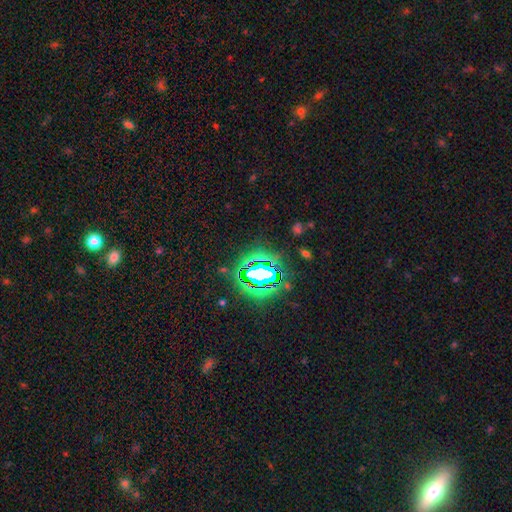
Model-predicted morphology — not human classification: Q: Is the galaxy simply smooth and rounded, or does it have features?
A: star or artifact — 79%.